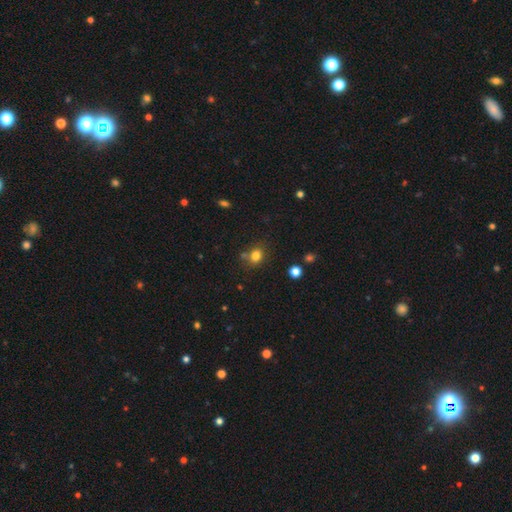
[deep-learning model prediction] smooth-or-featured: smooth: 79% | star or artifact: 14% | featured or disk: 7%
  how-rounded: round: 60% | in between: 39% | cigar-shaped: 1%
  merging: none: 70% | minor disturbance: 15% | merger: 11% | major disturbance: 5%